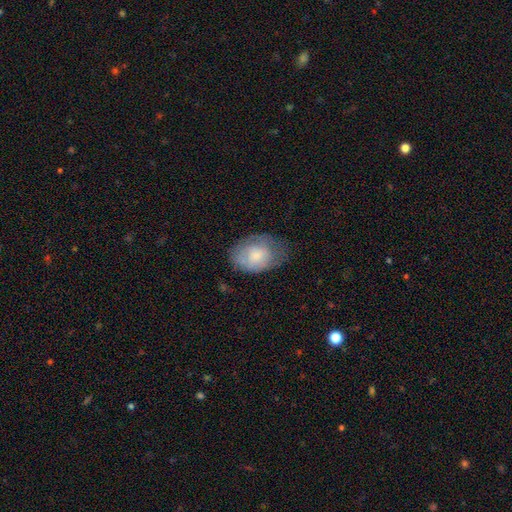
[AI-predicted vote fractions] Smooth or featured? Predicted: smooth (p=0.65). How rounded? Predicted: in between (p=0.77). Merging? Predicted: none (p=0.52).